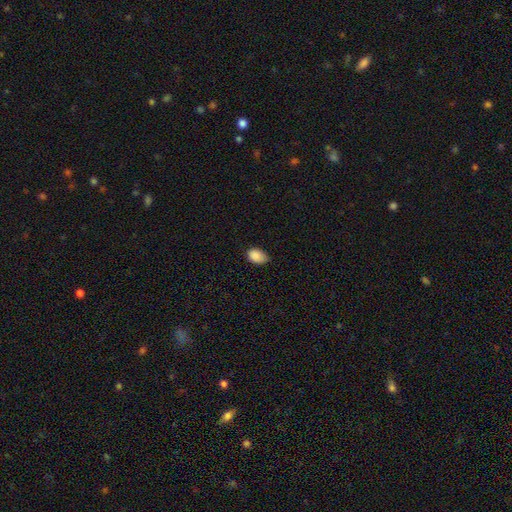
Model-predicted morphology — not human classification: A smooth galaxy with no disk features (88%) that is in between round and cigar-shaped (81%). Merging: none (66%).